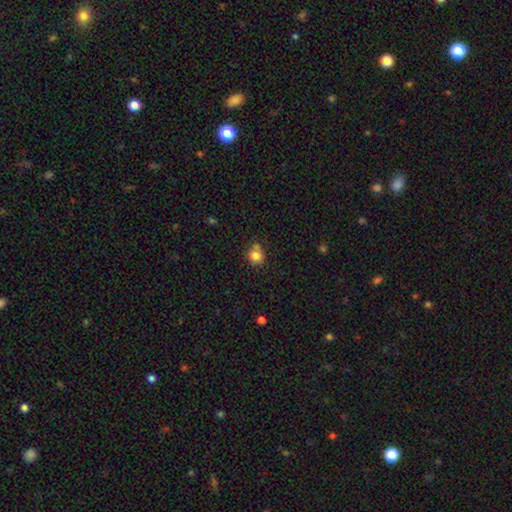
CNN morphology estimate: Overall: smooth (82%). How rounded: round (83%). Merging: none (63%).